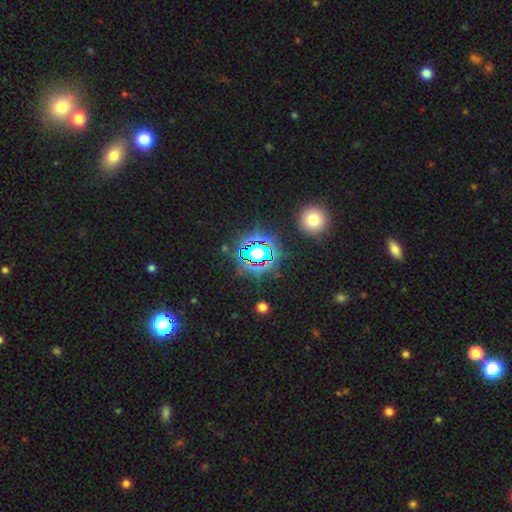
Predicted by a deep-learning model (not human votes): Smooth or featured: star or artifact — 73% (smooth — 18%)